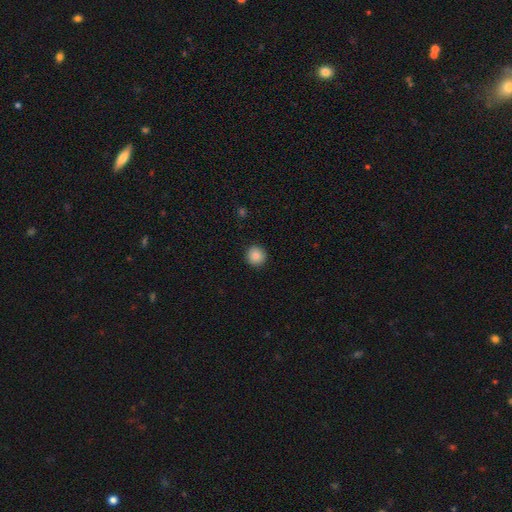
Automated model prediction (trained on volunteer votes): smooth-or-featured: smooth: 86% | star or artifact: 9% | featured or disk: 5%
  how-rounded: round: 95% | in between: 4% | cigar-shaped: 1%
  merging: none: 92% | minor disturbance: 5% | major disturbance: 2% | merger: 1%